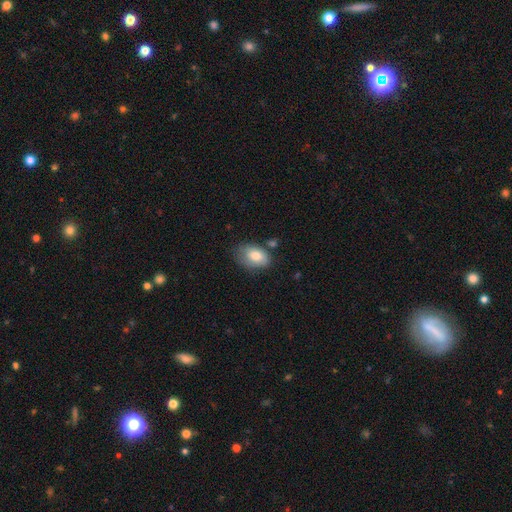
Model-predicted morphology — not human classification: Smooth or featured: smooth — 79% (featured or disk — 14%)
How rounded: in between — 88% (round — 11%)
Merging: none — 57% (minor disturbance — 28%)